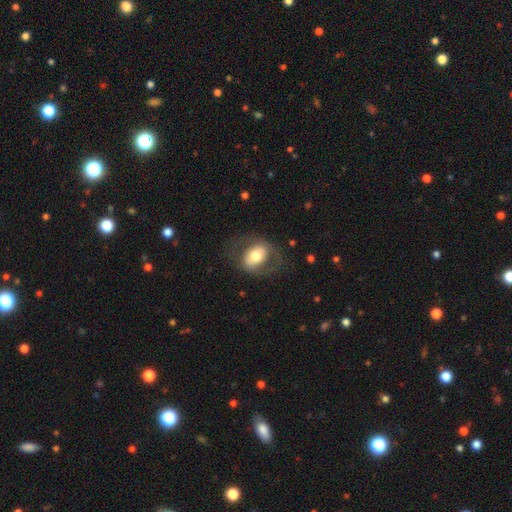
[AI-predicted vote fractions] Q: Smooth or featured?
A: smooth (49%); runner-up: featured or disk (44%)
Q: Merging?
A: none (67%); runner-up: minor disturbance (16%)